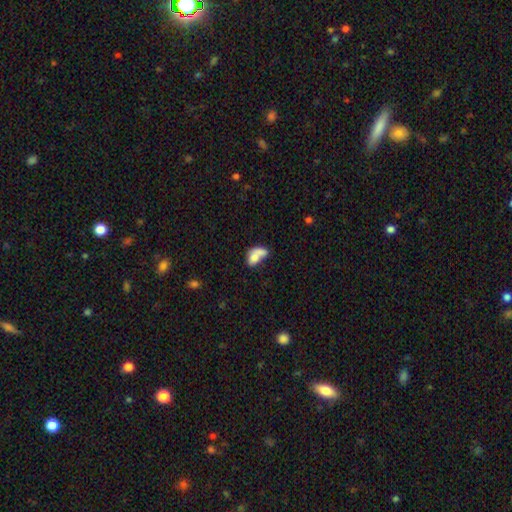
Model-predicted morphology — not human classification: This is likely a smooth galaxy (70%). How rounded: clearly in between (82%). Merging: possibly merger (57%).